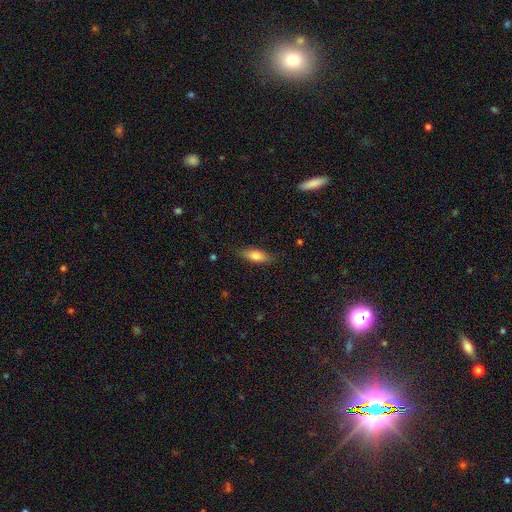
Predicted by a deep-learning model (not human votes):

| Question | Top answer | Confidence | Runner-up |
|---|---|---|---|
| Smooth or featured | smooth | 78% | featured or disk (15%) |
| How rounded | in between | 71% | cigar-shaped (27%) |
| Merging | none | 81% | minor disturbance (14%) |